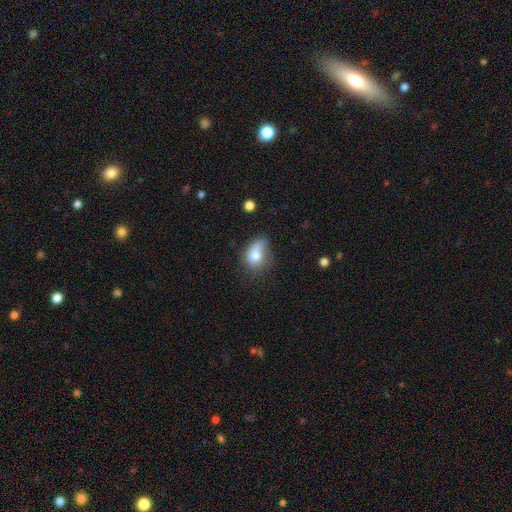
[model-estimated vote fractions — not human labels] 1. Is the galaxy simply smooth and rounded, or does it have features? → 71% smooth, 19% featured or disk, 10% star or artifact.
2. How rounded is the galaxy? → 58% in between, 40% round, 2% cigar-shaped.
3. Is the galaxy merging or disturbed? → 35% none, 31% minor disturbance, 25% major disturbance, 10% merger.